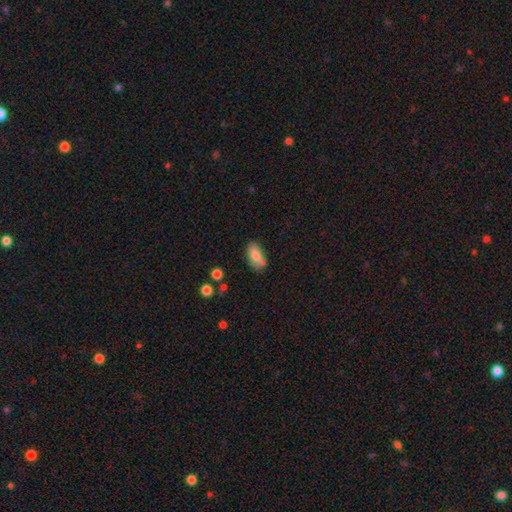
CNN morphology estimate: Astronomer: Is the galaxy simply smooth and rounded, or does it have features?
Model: smooth — 79%.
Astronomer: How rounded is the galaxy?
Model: in between — 91%.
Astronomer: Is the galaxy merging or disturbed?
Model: none — 68%.